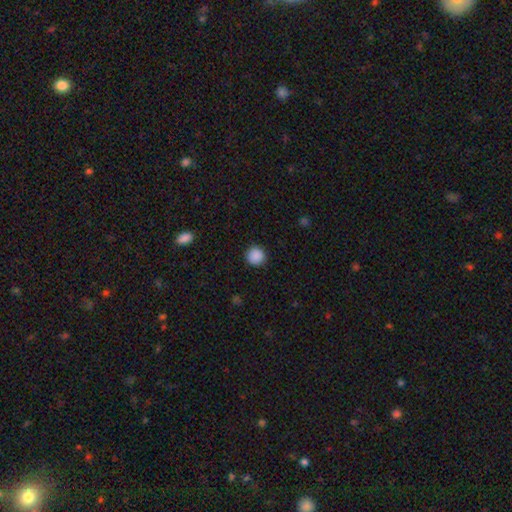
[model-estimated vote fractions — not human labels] The model was most divided on "smooth or featured": smooth: 89%, star or artifact: 9%, featured or disk: 2%. More confident: how rounded — round (94%); merging — none (92%).